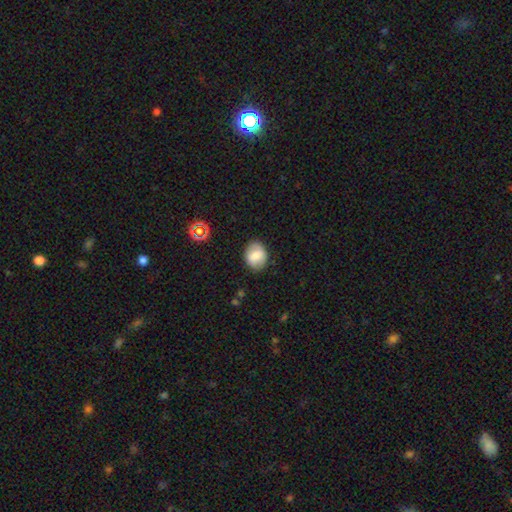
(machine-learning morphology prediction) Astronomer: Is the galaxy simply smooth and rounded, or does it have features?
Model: smooth — 75%.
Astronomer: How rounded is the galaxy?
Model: in between — 57% (runner-up: round, 42%).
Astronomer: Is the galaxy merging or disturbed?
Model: none — 83%.